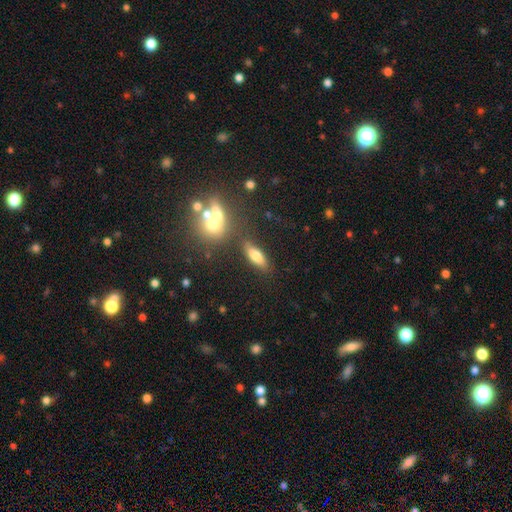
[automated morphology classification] A smooth galaxy with no disk features (70%) that is in between round and cigar-shaped (64%).

Vote fractions:
- Smooth or featured? smooth: 70% / featured or disk: 21% / star or artifact: 9%
- How rounded? in between: 64% / cigar-shaped: 33% / round: 4%
- Merging? none: 74% / minor disturbance: 13% / merger: 9% / major disturbance: 5%